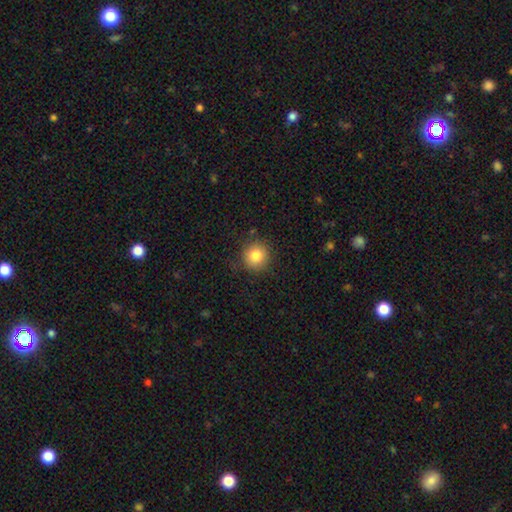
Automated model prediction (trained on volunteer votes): Overall: smooth (83%). How rounded: round (93%). Merging: none (87%).